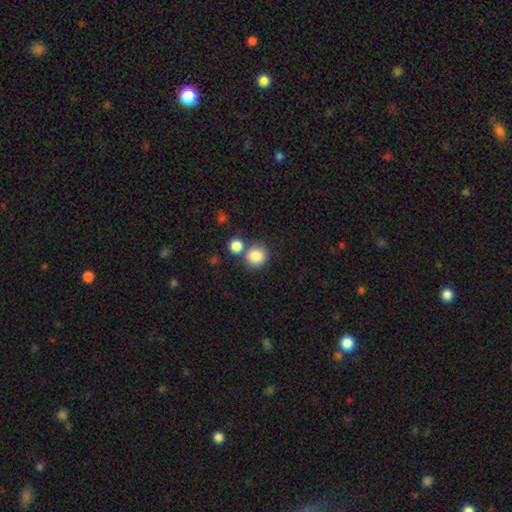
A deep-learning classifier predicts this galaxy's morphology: Smooth or featured: smooth — 85% (star or artifact — 10%)
How rounded: round — 88% (in between — 11%)
Merging: none — 66% (merger — 23%)